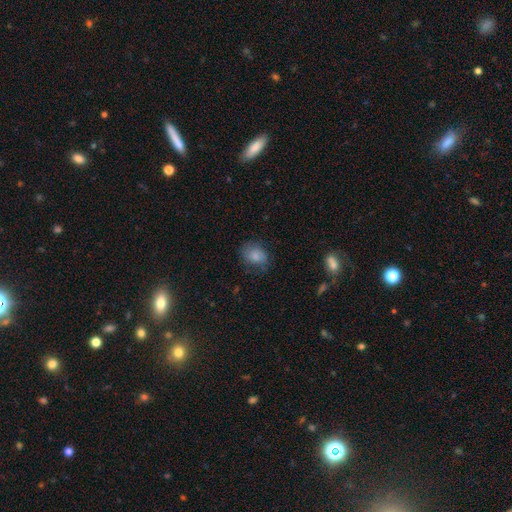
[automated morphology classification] Overall: smooth (80%). How rounded: in between (58%; round 41%). Merging: none (65%).